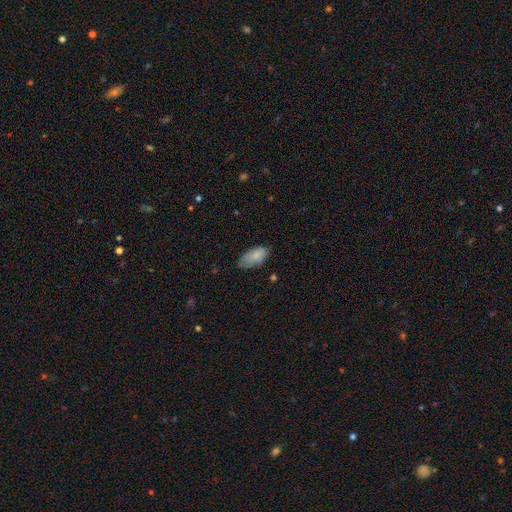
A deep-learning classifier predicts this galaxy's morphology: This appears to be a smooth galaxy with no disk features (84%) that is in between round and cigar-shaped (92%). Merging: none (60%).